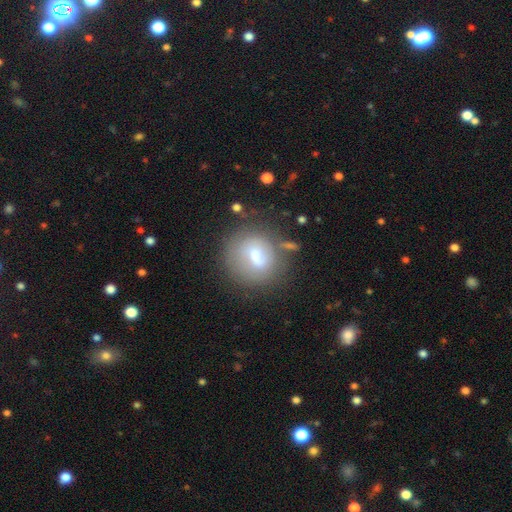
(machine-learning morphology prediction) Overall: smooth (56%; featured or disk 34%). How rounded: round (82%). Merging: none (66%).